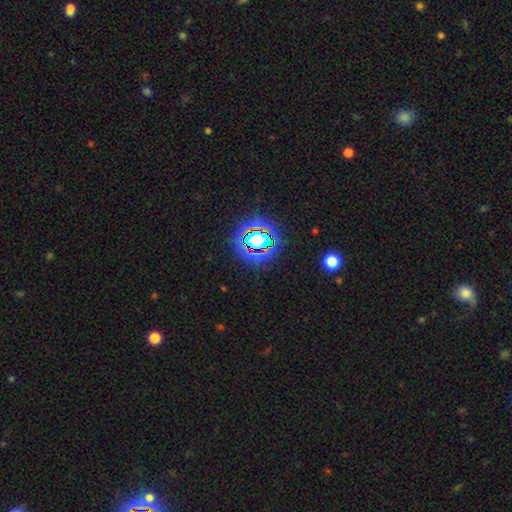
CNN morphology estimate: Overall: star or artifact (77%).